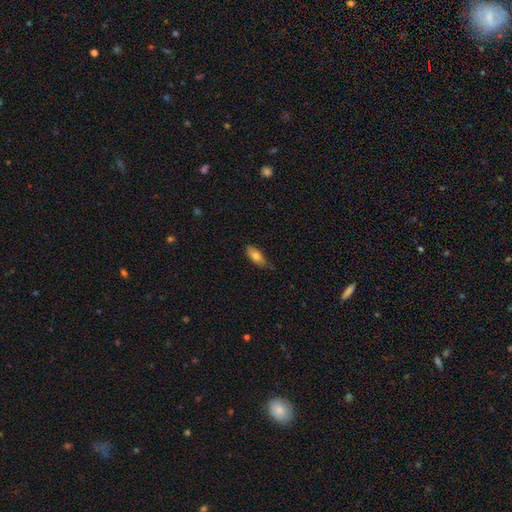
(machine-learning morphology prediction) Smooth or featured?
  - smooth: 77% *
  - featured or disk: 17%
  - star or artifact: 7%
How rounded?
  - in between: 76% *
  - cigar-shaped: 22%
  - round: 2%
Merging?
  - none: 70% *
  - minor disturbance: 25%
  - major disturbance: 4%
  - merger: 2%